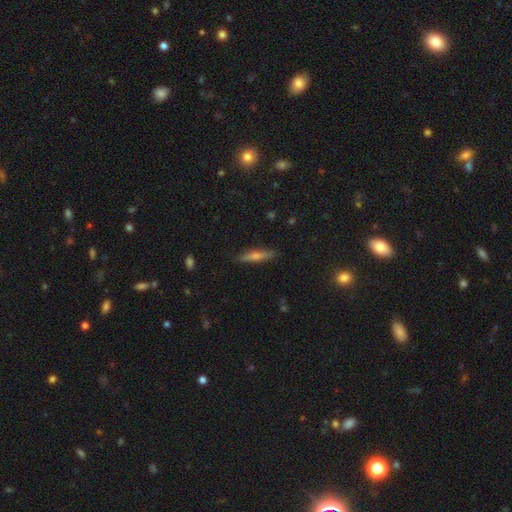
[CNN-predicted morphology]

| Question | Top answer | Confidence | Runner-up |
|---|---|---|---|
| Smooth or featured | featured or disk | 51% | smooth (40%) |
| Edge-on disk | yes | 94% | no (6%) |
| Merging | none | 90% | minor disturbance (8%) |